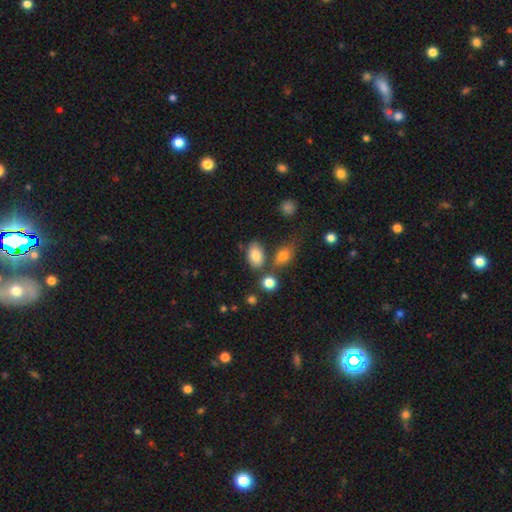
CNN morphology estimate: Smooth or featured: smooth — 82% (featured or disk — 9%)
How rounded: in between — 88% (round — 10%)
Merging: none — 66% (minor disturbance — 14%)